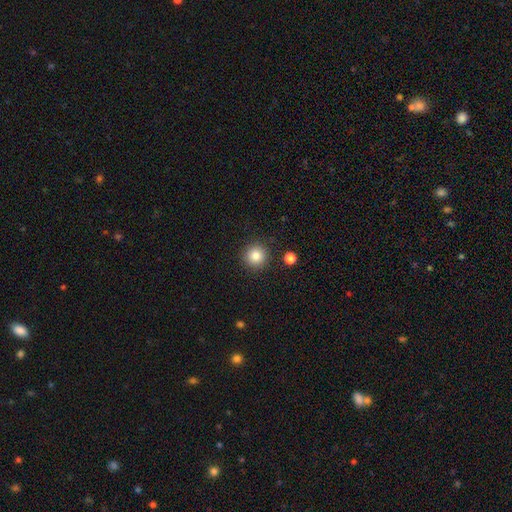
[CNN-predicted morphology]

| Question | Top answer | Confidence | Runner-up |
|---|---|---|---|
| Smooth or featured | smooth | 84% | star or artifact (11%) |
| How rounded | round | 94% | in between (5%) |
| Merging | none | 88% | minor disturbance (6%) |